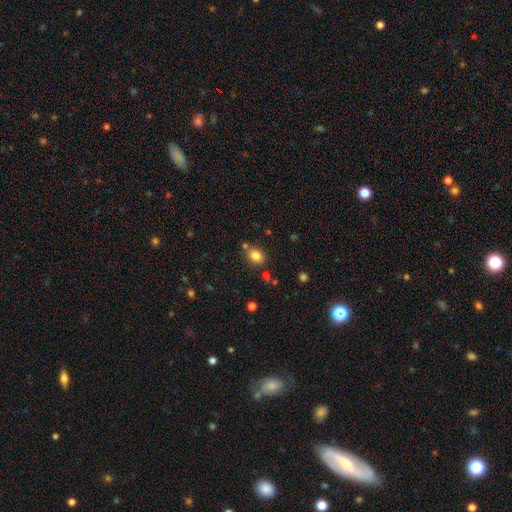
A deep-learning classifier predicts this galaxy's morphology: A smooth galaxy with no disk features (83%) that is in between round and cigar-shaped (61%).

Vote fractions:
- Smooth or featured? smooth: 83% / star or artifact: 11% / featured or disk: 6%
- How rounded? in between: 61% / round: 38% / cigar-shaped: 1%
- Merging? none: 75% / minor disturbance: 12% / merger: 9% / major disturbance: 4%